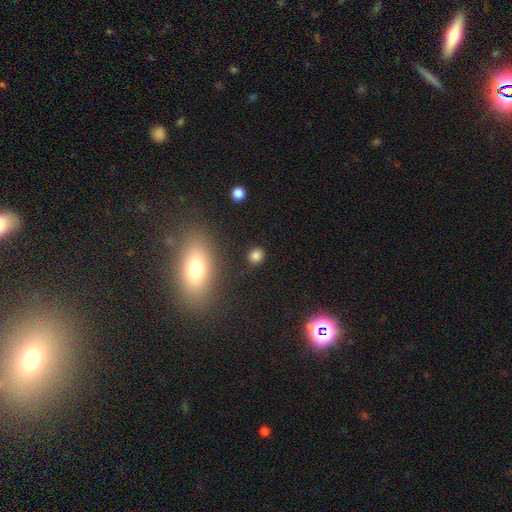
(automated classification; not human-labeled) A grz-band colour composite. It shows a smooth galaxy with no disk features (82%) that is round (70%). Merging: none (83%).